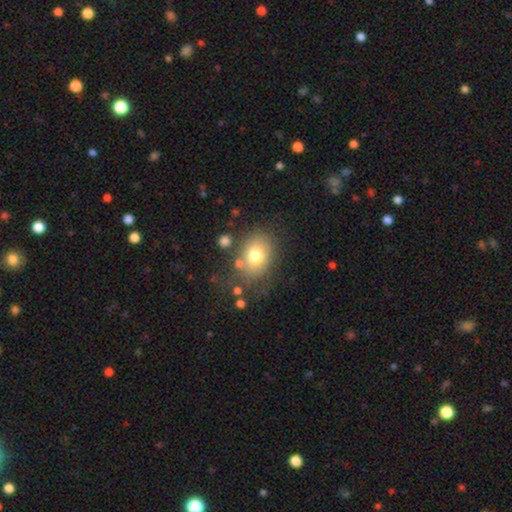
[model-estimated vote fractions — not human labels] Smooth or featured: smooth — 74% (featured or disk — 17%)
How rounded: in between — 64% (round — 35%)
Merging: none — 65% (minor disturbance — 18%)